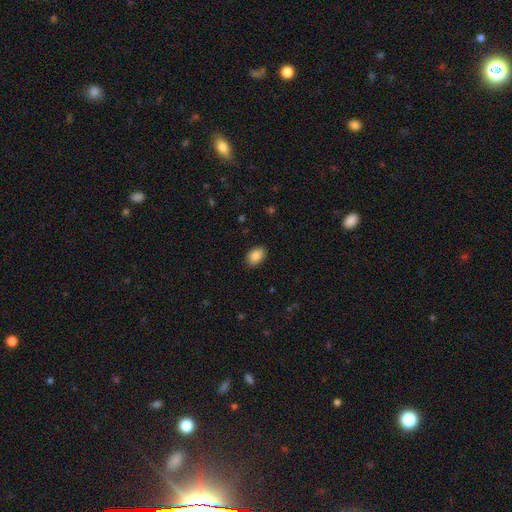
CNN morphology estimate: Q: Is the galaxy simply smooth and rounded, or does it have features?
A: smooth — 87%.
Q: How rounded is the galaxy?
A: in between — 84%.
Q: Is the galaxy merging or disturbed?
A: none — 86%.